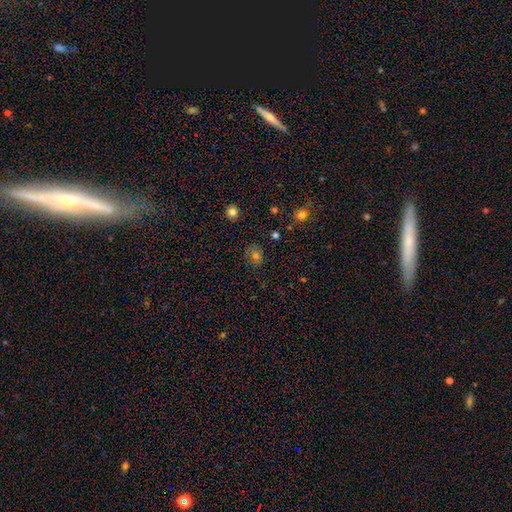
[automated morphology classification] Smooth or featured?
  - smooth: 62% *
  - star or artifact: 26%
  - featured or disk: 12%
How rounded?
  - round: 66% *
  - in between: 33%
  - cigar-shaped: 1%
Merging?
  - none: 77% *
  - minor disturbance: 16%
  - major disturbance: 6%
  - merger: 2%